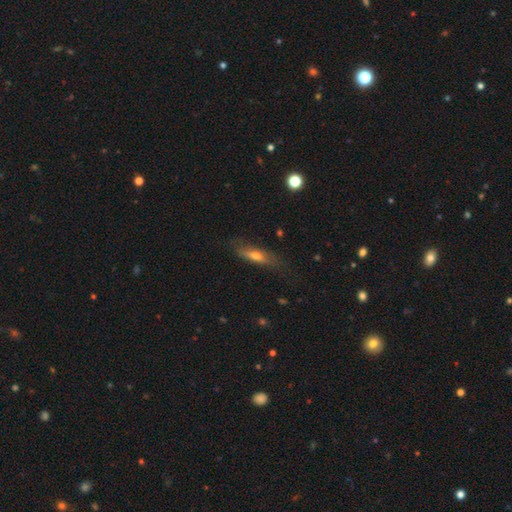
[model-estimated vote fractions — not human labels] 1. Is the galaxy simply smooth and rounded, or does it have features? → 54% smooth, 38% featured or disk, 8% star or artifact.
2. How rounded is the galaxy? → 62% cigar-shaped, 35% in between, 3% round.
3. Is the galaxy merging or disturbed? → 71% none, 20% minor disturbance, 7% major disturbance, 2% merger.